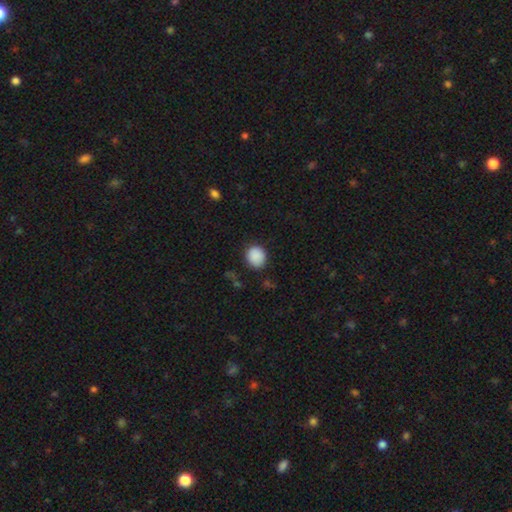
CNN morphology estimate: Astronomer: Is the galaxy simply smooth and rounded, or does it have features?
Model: smooth — 89%.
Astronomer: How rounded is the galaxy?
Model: round — 68%.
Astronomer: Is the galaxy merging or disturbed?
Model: none — 82%.